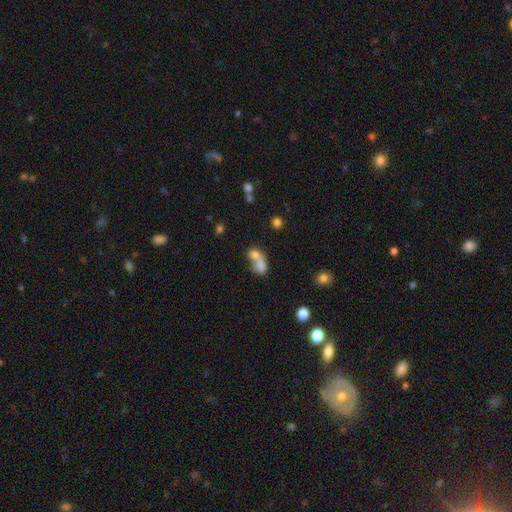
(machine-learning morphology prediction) smooth-or-featured: smooth: 72% | featured or disk: 18% | star or artifact: 11%
  how-rounded: in between: 70% | round: 25% | cigar-shaped: 4%
  merging: merger: 70% | none: 17% | minor disturbance: 7% | major disturbance: 6%